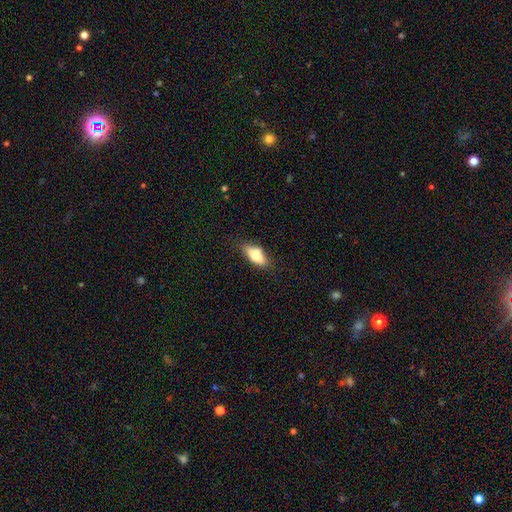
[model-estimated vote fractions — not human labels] smooth 70%, featured or disk 22%, star or artifact 7%. Down the decision tree: how rounded — in between (78%); merging — none (75%).